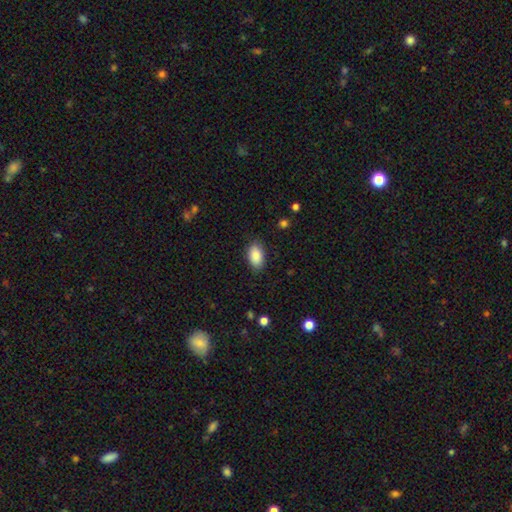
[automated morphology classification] Smooth or featured? smooth (89%)
How rounded? in between (93%)
Merging? none (85%)